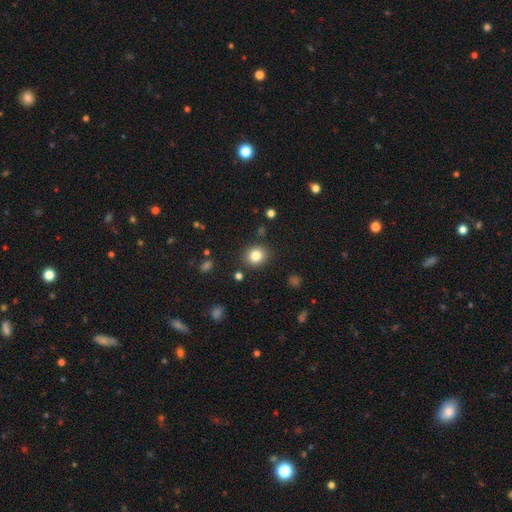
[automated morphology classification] smooth-or-featured: smooth: 83% | star or artifact: 11% | featured or disk: 6%
  how-rounded: round: 73% | in between: 27% | cigar-shaped: 1%
  merging: none: 87% | minor disturbance: 8% | major disturbance: 3% | merger: 2%